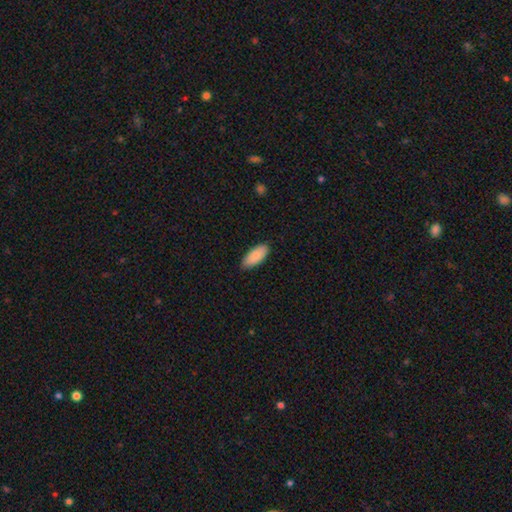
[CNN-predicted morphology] Smooth or featured? Predicted: smooth (p=0.89). How rounded? Predicted: in between (p=0.87). Merging? Predicted: none (p=0.84).